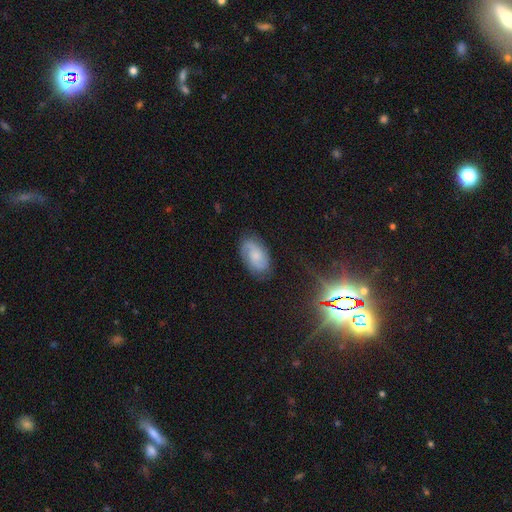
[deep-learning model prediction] This is possibly a featured or disk galaxy (60%). It is clearly not viewed edge-on (96%). Bar: likely no (64%). Spiral arm pattern: clearly yes (93%). Spiral arm count: likely 2 (73%). Spiral winding: marginally medium (44%). Central bulge: possibly small (47%). Merging: likely none (76%).